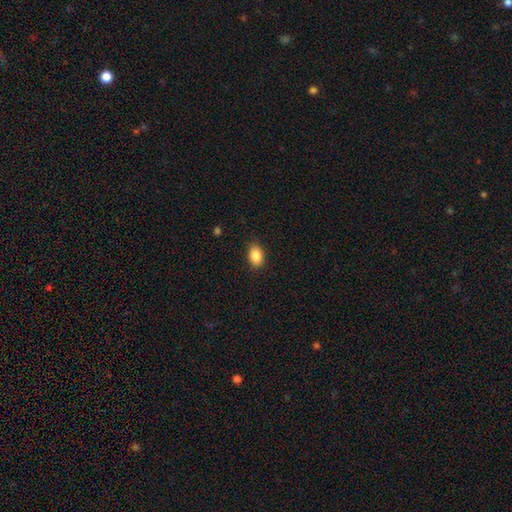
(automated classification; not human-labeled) Smooth or featured?
  - smooth: 87% *
  - star or artifact: 8%
  - featured or disk: 5%
How rounded?
  - in between: 85% *
  - round: 14%
  - cigar-shaped: 1%
Merging?
  - none: 87% *
  - minor disturbance: 9%
  - major disturbance: 2%
  - merger: 1%